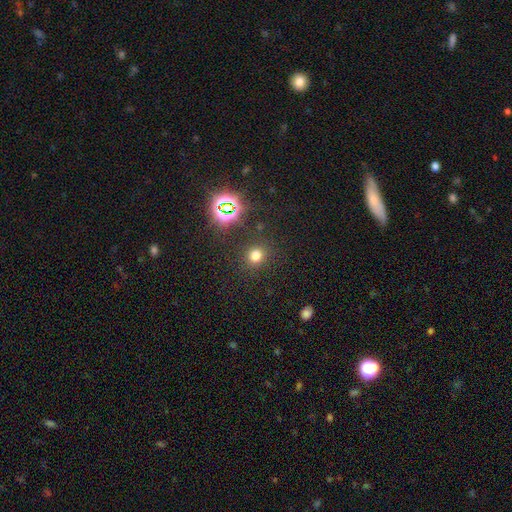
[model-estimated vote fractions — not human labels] Smooth or featured?
  - smooth: 70% *
  - star or artifact: 24%
  - featured or disk: 6%
How rounded?
  - round: 85% *
  - in between: 14%
  - cigar-shaped: 1%
Merging?
  - none: 86% *
  - minor disturbance: 8%
  - major disturbance: 4%
  - merger: 3%